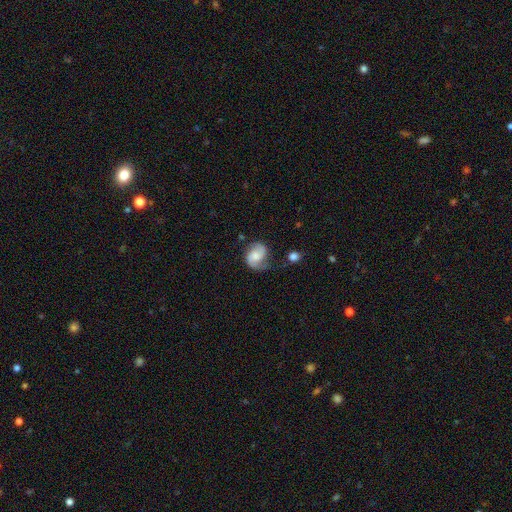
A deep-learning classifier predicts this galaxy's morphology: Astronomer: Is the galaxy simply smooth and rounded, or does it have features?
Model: featured or disk — 78%.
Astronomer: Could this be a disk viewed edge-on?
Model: no — 98%.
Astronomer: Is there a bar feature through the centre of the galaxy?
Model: no — 59%.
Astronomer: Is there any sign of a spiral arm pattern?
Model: yes — 96%.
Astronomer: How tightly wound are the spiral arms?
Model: medium — 49% (runner-up: loose, 26%).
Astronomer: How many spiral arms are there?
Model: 2 — 87%.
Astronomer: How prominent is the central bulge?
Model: moderate — 39% (runner-up: small, 27%).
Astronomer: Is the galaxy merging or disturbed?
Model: none — 63%.